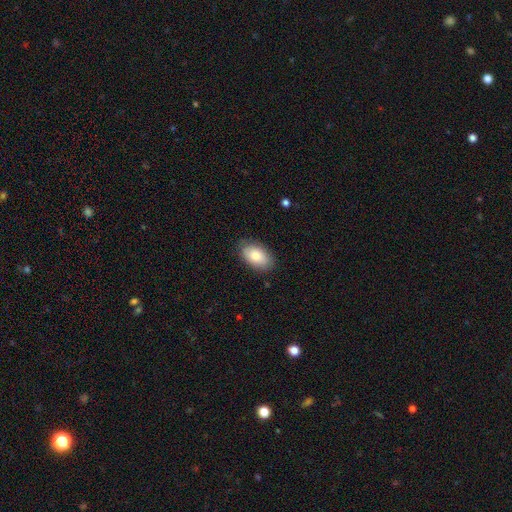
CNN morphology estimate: Smooth or featured: smooth — 80% (featured or disk — 13%)
How rounded: in between — 93% (round — 6%)
Merging: none — 84% (minor disturbance — 12%)